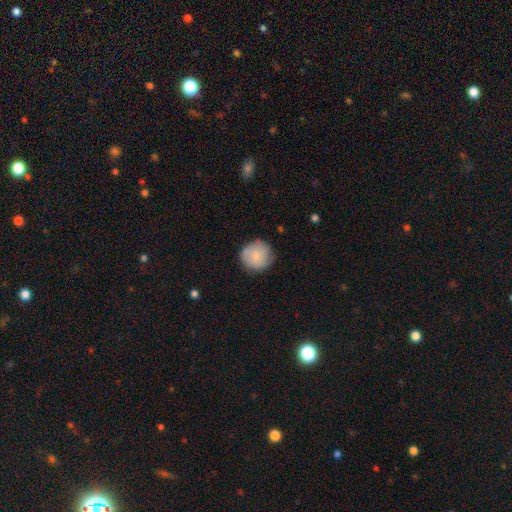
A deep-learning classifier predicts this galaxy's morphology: type=smooth (78%); roundness=round (93%); merging=none (81%).